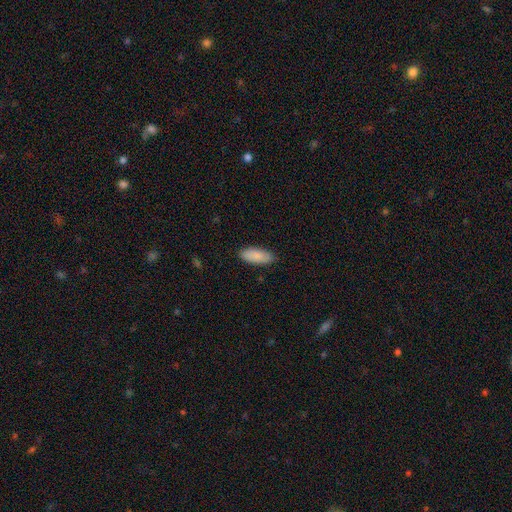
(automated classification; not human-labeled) This is clearly a smooth galaxy (89%). How rounded: likely in between (80%). Merging: clearly none (88%).